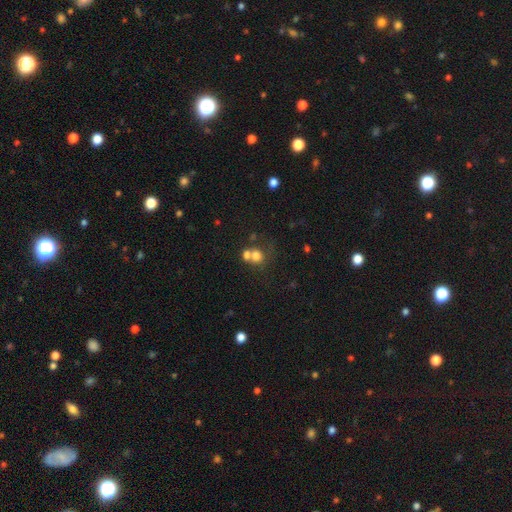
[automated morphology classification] smooth_or_featured: smooth (p=0.70) [alt: featured or disk p=0.16]
how_rounded: round (p=0.74) [alt: in between p=0.25]
merging: merger (p=0.54) [alt: none p=0.33]